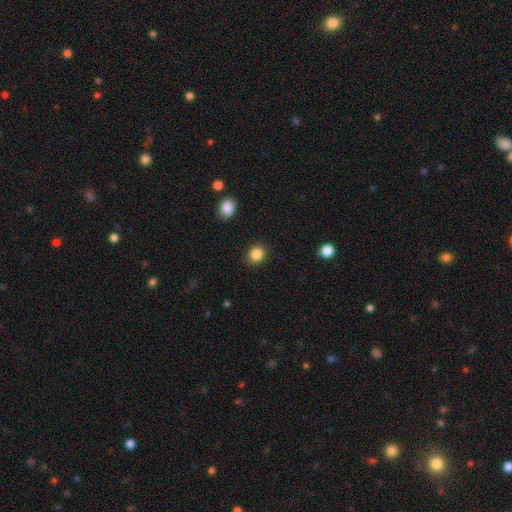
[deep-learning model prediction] The model was most divided on "how rounded": round: 75%, in between: 24%, cigar-shaped: 1%. More confident: merging — none (89%); smooth or featured — smooth (87%).